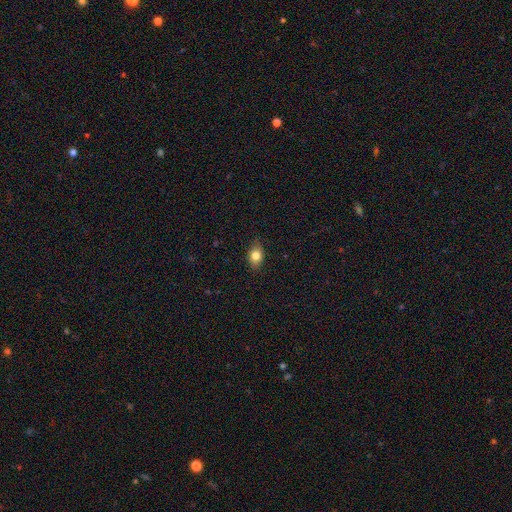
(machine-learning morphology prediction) Q: Smooth or featured?
A: smooth (81%); runner-up: featured or disk (11%)
Q: How rounded?
A: in between (78%); runner-up: round (20%)
Q: Merging?
A: none (83%); runner-up: minor disturbance (14%)